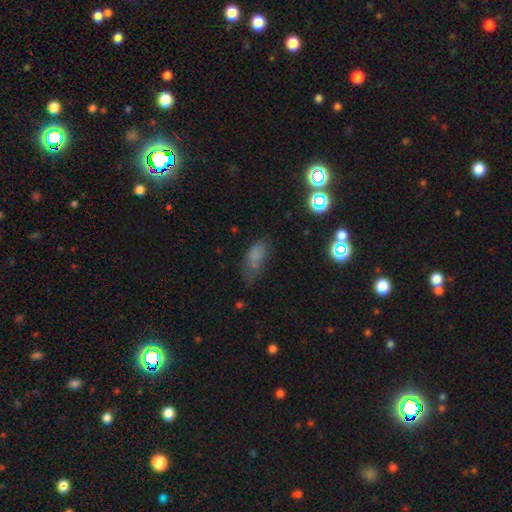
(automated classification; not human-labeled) Smooth or featured? smooth (66%)
How rounded? in between (83%)
Merging? none (44%)